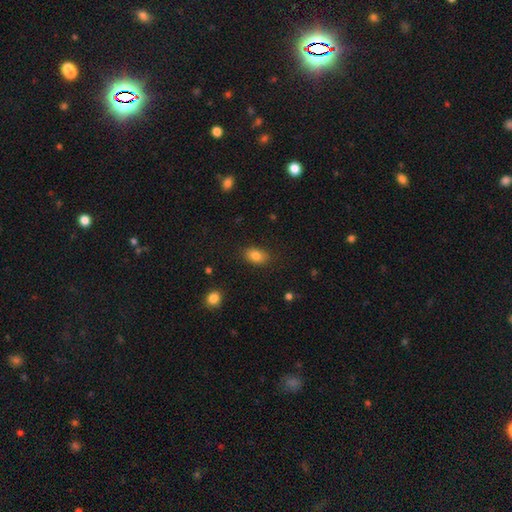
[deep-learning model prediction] Smooth or featured: smooth — 82% (star or artifact — 10%)
How rounded: in between — 82% (round — 17%)
Merging: none — 85% (minor disturbance — 11%)